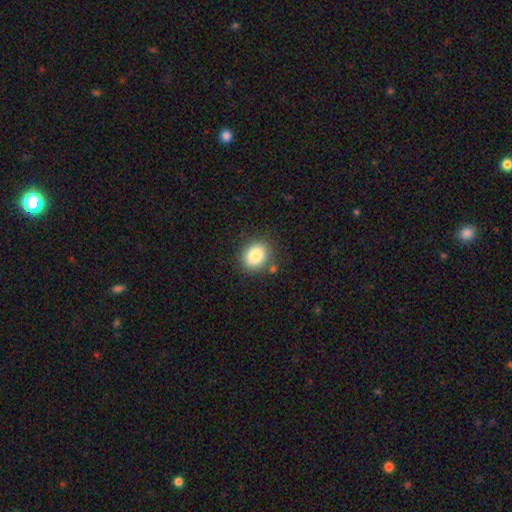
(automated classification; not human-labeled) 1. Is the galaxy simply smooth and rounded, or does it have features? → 85% smooth, 9% star or artifact, 6% featured or disk.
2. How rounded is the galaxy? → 55% round, 44% in between, 1% cigar-shaped.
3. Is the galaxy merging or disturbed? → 83% none, 10% minor disturbance, 3% major disturbance, 3% merger.